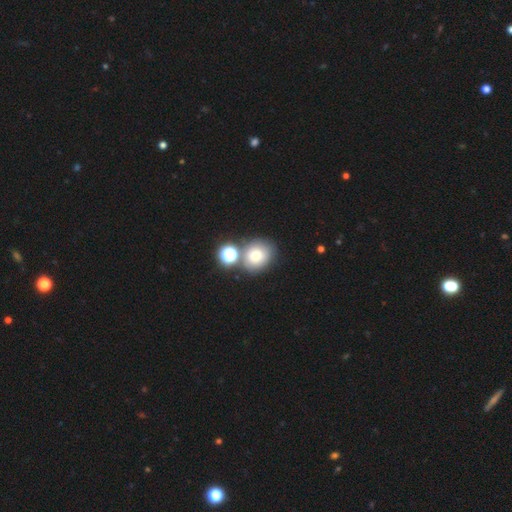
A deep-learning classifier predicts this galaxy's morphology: The model was most divided on "merging": none: 61%, merger: 23%, minor disturbance: 12%, major disturbance: 5%. More confident: how rounded — round (71%); smooth or featured — smooth (71%).